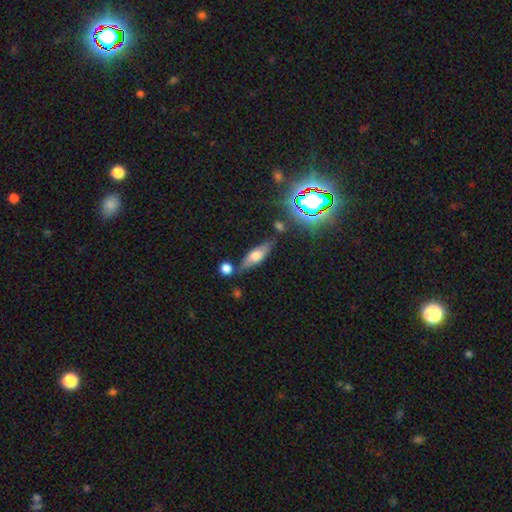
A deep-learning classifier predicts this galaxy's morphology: smooth_or_featured: smooth (p=0.46) [alt: featured or disk p=0.43]
merging: none (p=0.73) [alt: minor disturbance p=0.15]